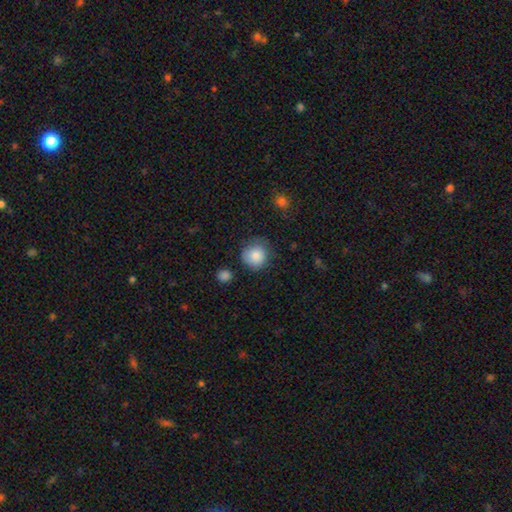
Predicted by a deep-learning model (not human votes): The model was most divided on "merging": none: 73%, minor disturbance: 19%, major disturbance: 5%, merger: 3%. More confident: how rounded — round (90%); smooth or featured — smooth (85%).